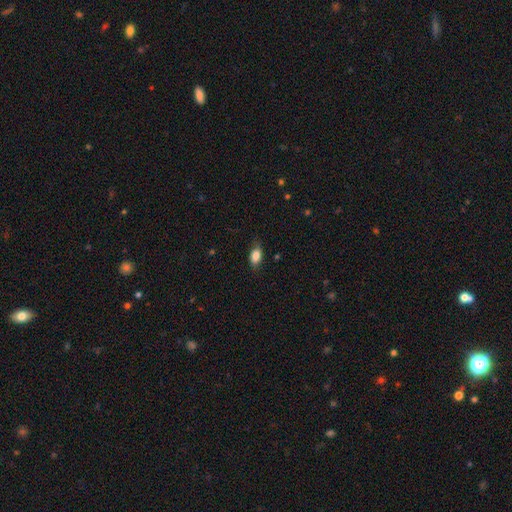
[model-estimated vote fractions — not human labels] smooth 84%, featured or disk 8%, star or artifact 8%. Down the decision tree: how rounded — in between (87%); merging — none (78%).